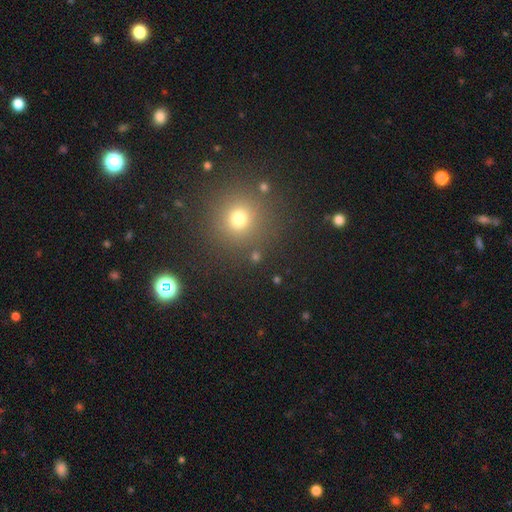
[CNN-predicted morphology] Smooth or featured? smooth (63%)
How rounded? round (93%)
Merging? none (87%)